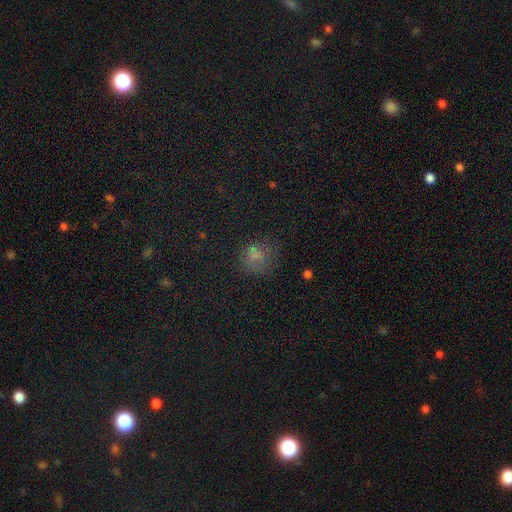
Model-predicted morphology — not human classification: type=smooth (66%); roundness=round (78%); merging=none (63%).